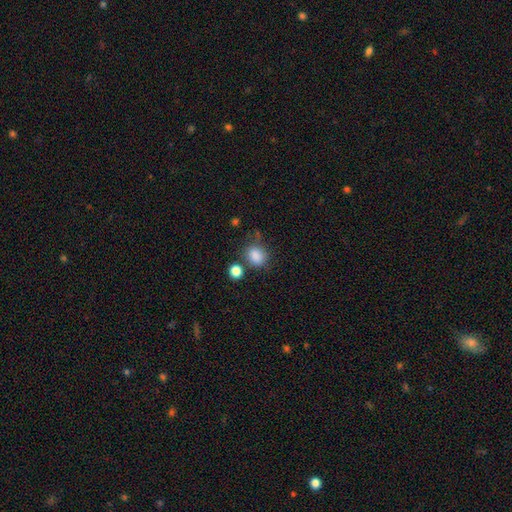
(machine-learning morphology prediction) Q: Smooth or featured?
A: smooth (85%); runner-up: star or artifact (11%)
Q: How rounded?
A: round (57%); runner-up: in between (42%)
Q: Merging?
A: none (65%); runner-up: minor disturbance (18%)